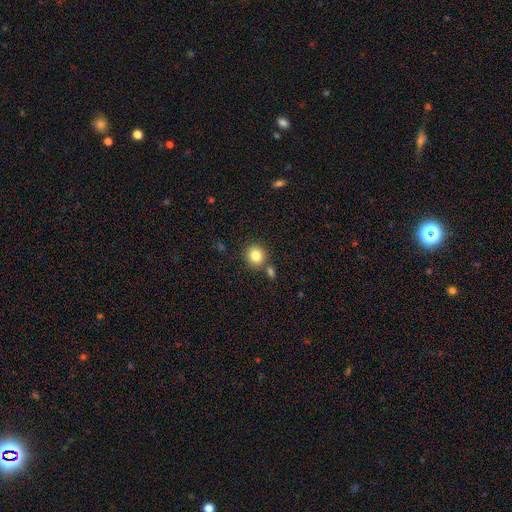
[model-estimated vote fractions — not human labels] Smooth or featured? smooth (83%)
How rounded? round (88%)
Merging? none (78%)